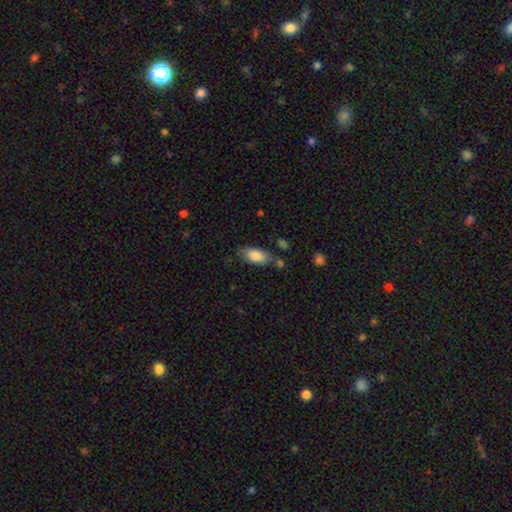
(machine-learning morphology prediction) The model was most divided on "merging": none: 63%, minor disturbance: 22%, merger: 8%, major disturbance: 6%. More confident: how rounded — in between (91%); smooth or featured — smooth (85%).